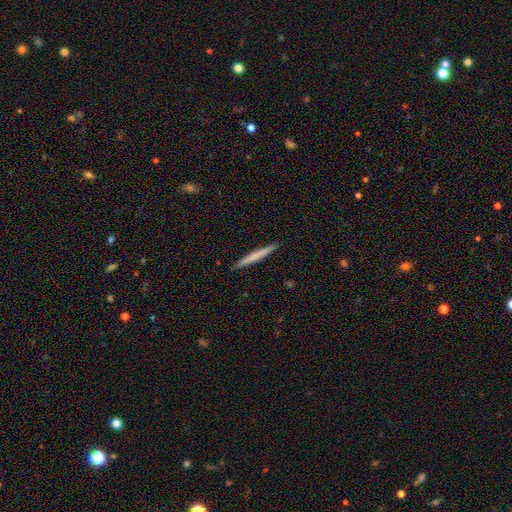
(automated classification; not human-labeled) smooth 60%, featured or disk 35%, star or artifact 5%. Down the decision tree: how rounded — cigar-shaped (97%); merging — none (92%).